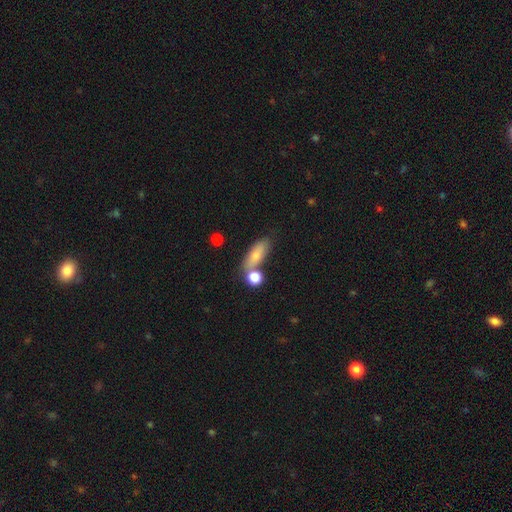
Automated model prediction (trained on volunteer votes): A smooth galaxy with no disk features (75%) that is in between round and cigar-shaped (65%).

Vote fractions:
- Smooth or featured? smooth: 75% / featured or disk: 17% / star or artifact: 8%
- How rounded? in between: 65% / cigar-shaped: 27% / round: 8%
- Merging? none: 58% / merger: 21% / minor disturbance: 15% / major disturbance: 5%